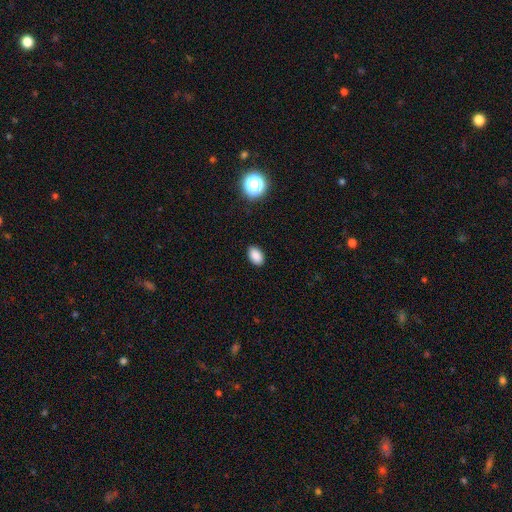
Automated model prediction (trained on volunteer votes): A smooth galaxy with no disk features (87%) that is in between round and cigar-shaped (89%). Merging: none (89%).